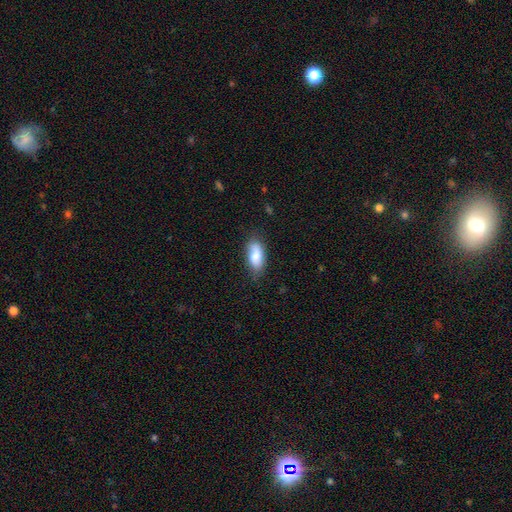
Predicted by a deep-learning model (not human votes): Smooth or featured: smooth — 81% (featured or disk — 12%)
How rounded: in between — 87% (cigar-shaped — 10%)
Merging: none — 70% (minor disturbance — 23%)